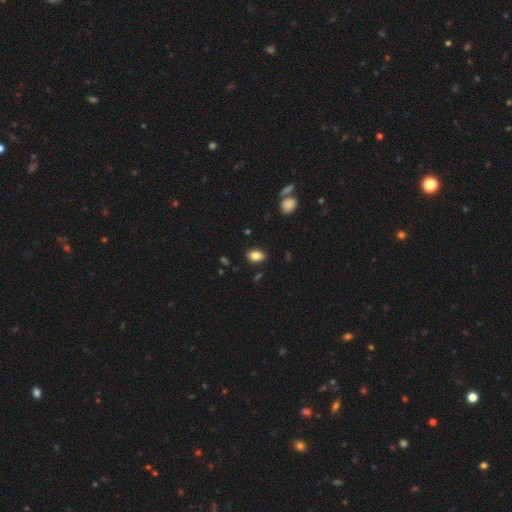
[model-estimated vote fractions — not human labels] Overall: smooth (84%). How rounded: in between (84%). Merging: none (87%).